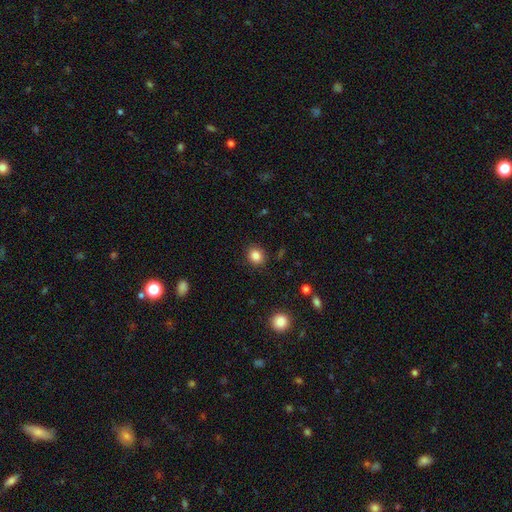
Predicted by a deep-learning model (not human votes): A smooth galaxy with no disk features (85%) that is round (74%).

Vote fractions:
- Smooth or featured? smooth: 85% / star or artifact: 11% / featured or disk: 5%
- How rounded? round: 74% / in between: 25% / cigar-shaped: 1%
- Merging? none: 88% / minor disturbance: 8% / major disturbance: 3% / merger: 1%